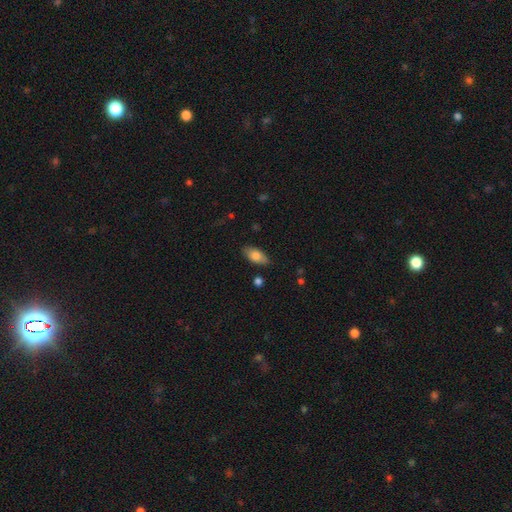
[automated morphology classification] Smooth or featured: smooth — 78% (featured or disk — 15%)
How rounded: in between — 89% (cigar-shaped — 8%)
Merging: none — 83% (minor disturbance — 13%)